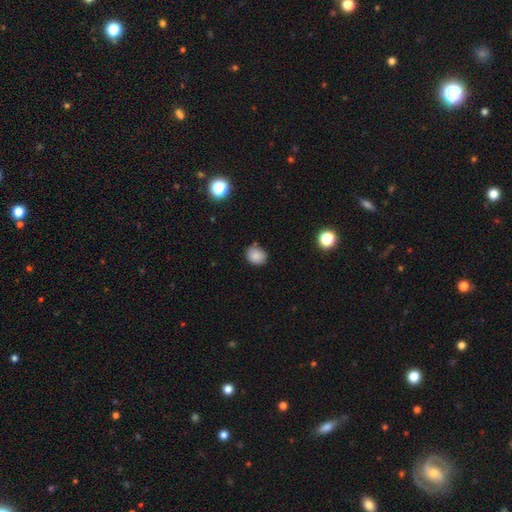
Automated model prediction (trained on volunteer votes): Q: Smooth or featured?
A: smooth (85%); runner-up: star or artifact (10%)
Q: How rounded?
A: round (58%); runner-up: in between (41%)
Q: Merging?
A: none (75%); runner-up: minor disturbance (18%)